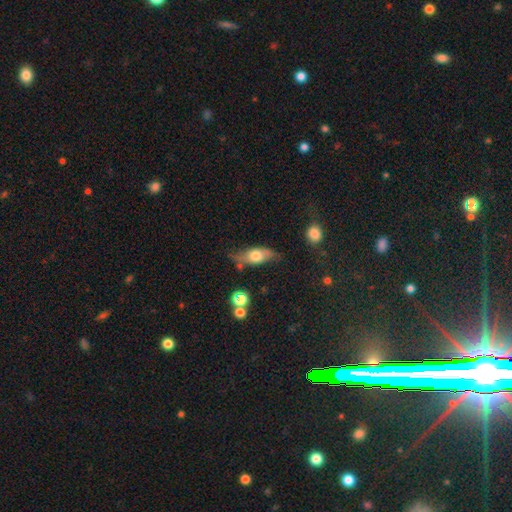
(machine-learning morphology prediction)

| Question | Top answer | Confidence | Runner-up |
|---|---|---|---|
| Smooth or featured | smooth | 52% | featured or disk (40%) |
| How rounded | in between | 72% | cigar-shaped (21%) |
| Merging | none | 61% | minor disturbance (27%) |